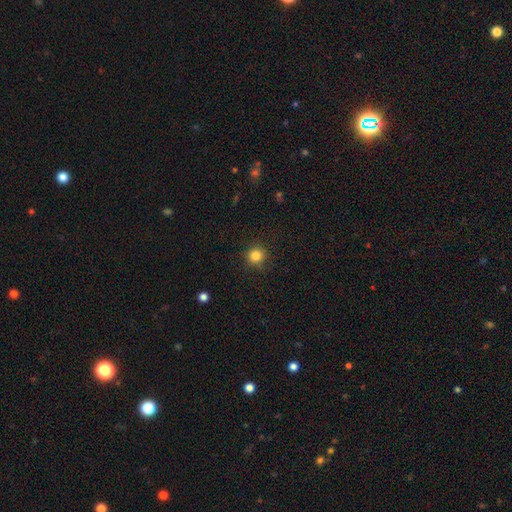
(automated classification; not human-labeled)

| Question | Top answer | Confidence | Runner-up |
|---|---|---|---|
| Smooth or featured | smooth | 83% | star or artifact (12%) |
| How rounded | round | 93% | in between (6%) |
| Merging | none | 86% | minor disturbance (10%) |